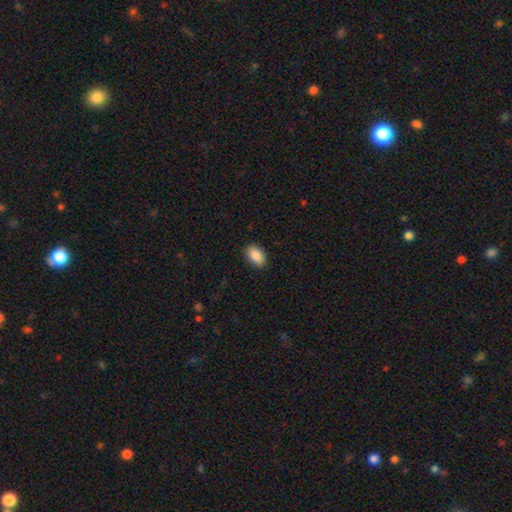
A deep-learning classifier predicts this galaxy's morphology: Q: Smooth or featured?
A: smooth (87%); runner-up: star or artifact (7%)
Q: How rounded?
A: in between (91%); runner-up: round (8%)
Q: Merging?
A: none (89%); runner-up: minor disturbance (8%)